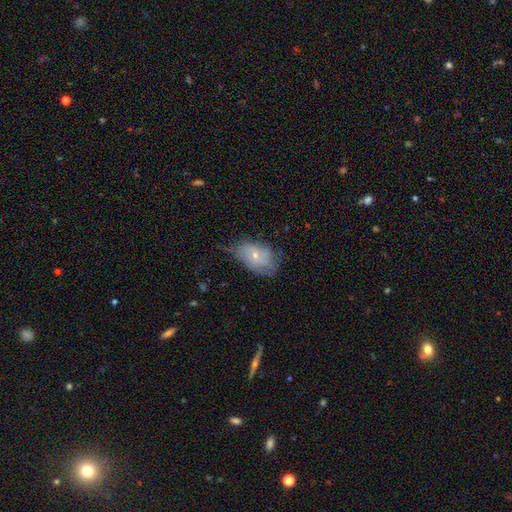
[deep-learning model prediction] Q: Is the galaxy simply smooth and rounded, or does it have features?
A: featured or disk — 48%.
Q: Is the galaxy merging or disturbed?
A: none — 42%.